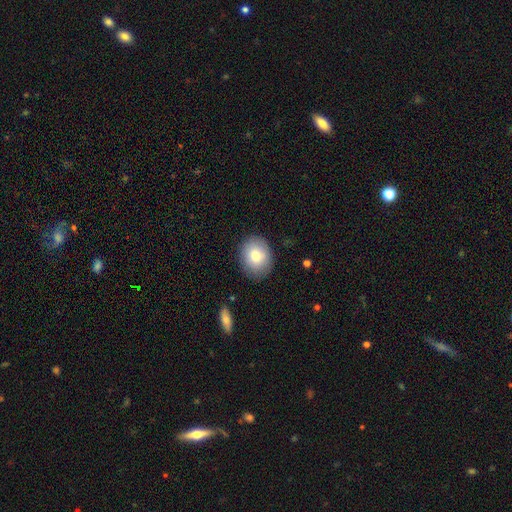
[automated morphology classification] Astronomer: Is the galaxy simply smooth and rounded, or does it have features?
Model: smooth — 81%.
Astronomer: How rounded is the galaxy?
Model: in between — 57% (runner-up: round, 42%).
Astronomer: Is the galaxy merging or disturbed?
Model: none — 84%.